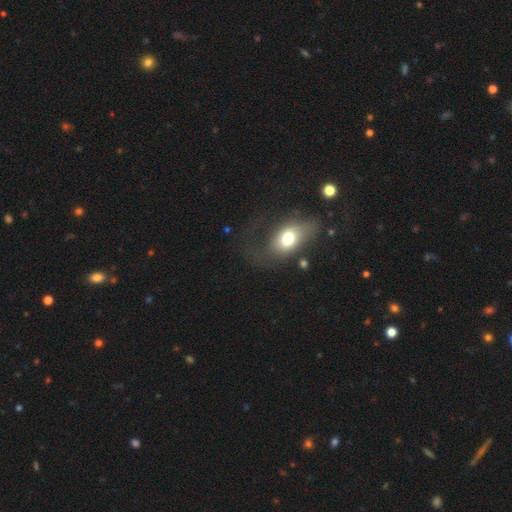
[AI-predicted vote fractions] Morphology: type=featured or disk (42%); merging=none (67%).